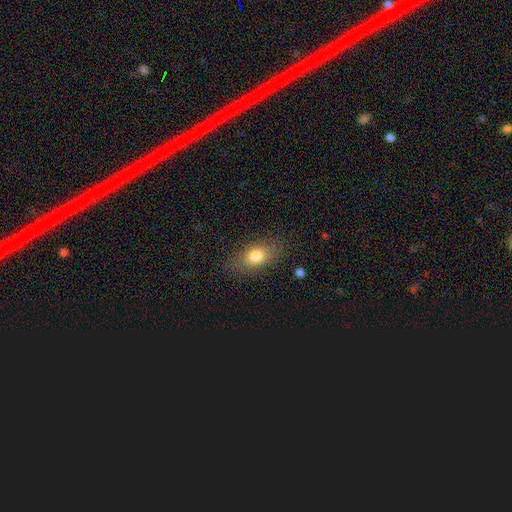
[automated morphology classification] Overall: smooth (78%). How rounded: in between (80%). Merging: none (80%).